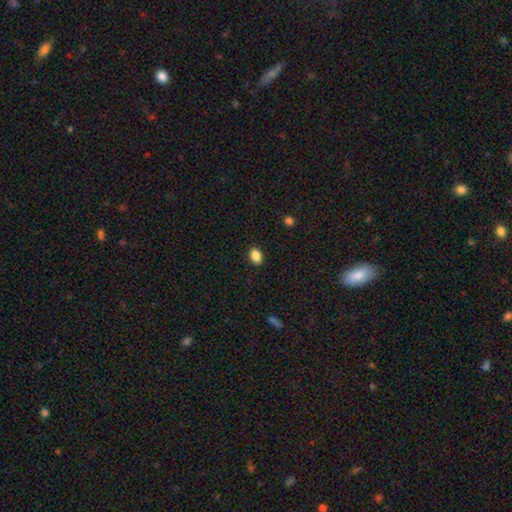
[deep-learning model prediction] This is clearly a smooth galaxy (87%). How rounded: likely in between (72%). Merging: clearly none (90%).